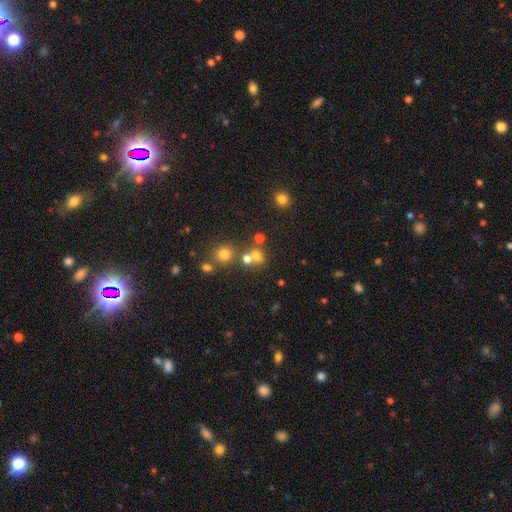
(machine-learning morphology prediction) The model was most divided on "merging": none: 51%, merger: 34%, minor disturbance: 10%, major disturbance: 5%. More confident: how rounded — round (72%); smooth or featured — smooth (63%).